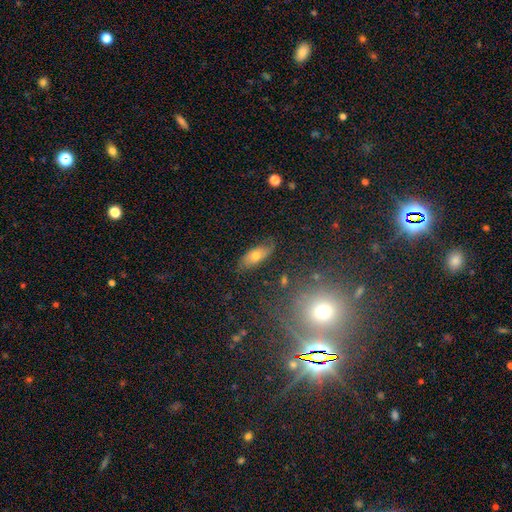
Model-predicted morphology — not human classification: Smooth or featured?
  - smooth: 59% *
  - featured or disk: 29%
  - star or artifact: 12%
How rounded?
  - in between: 77% *
  - cigar-shaped: 19%
  - round: 4%
Merging?
  - none: 75% *
  - minor disturbance: 18%
  - major disturbance: 5%
  - merger: 2%